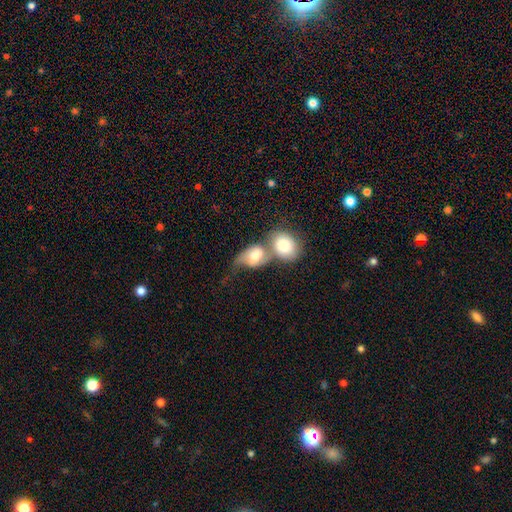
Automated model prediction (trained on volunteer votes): A smooth galaxy with no disk features (61%) that is in between round and cigar-shaped (64%). Merging: merger (69%).